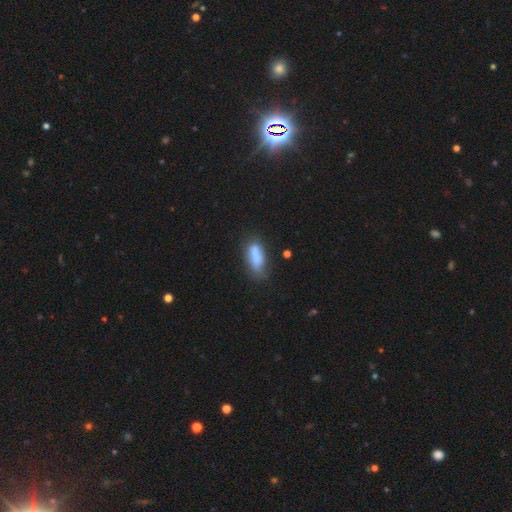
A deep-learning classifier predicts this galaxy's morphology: Smooth or featured: smooth — 79% (featured or disk — 13%)
How rounded: in between — 68% (cigar-shaped — 29%)
Merging: none — 53% (minor disturbance — 30%)